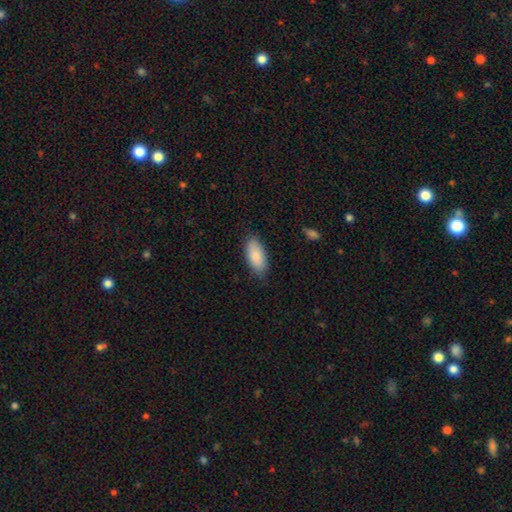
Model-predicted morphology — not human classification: The model was most divided on "merging": none: 83%, minor disturbance: 13%, major disturbance: 3%, merger: 1%. More confident: how rounded — in between (89%); smooth or featured — smooth (88%).